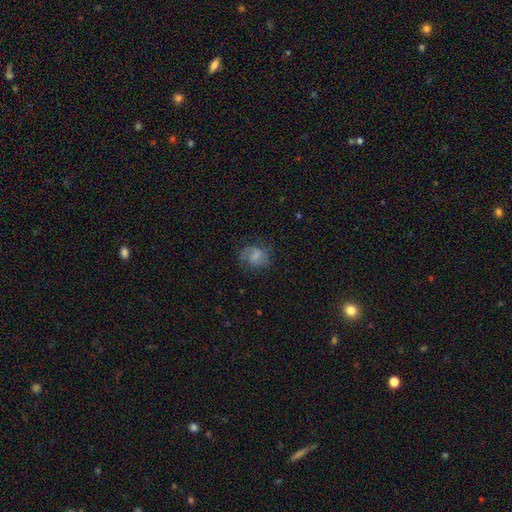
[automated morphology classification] This appears to be a smooth galaxy with no disk features (55%) that is round (52%). Merging: none (56%).